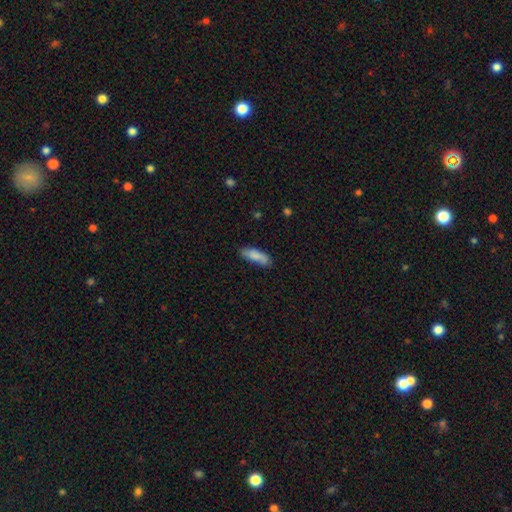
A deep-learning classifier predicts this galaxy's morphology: Smooth or featured: smooth — 79% (featured or disk — 15%)
How rounded: in between — 62% (cigar-shaped — 36%)
Merging: none — 73% (minor disturbance — 21%)